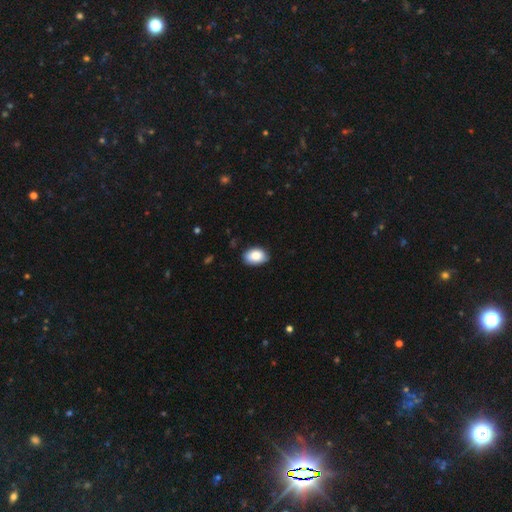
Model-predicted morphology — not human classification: smooth_or_featured: smooth (p=0.84) [alt: featured or disk p=0.09]
how_rounded: in between (p=0.87) [alt: round p=0.12]
merging: none (p=0.81) [alt: minor disturbance p=0.15]